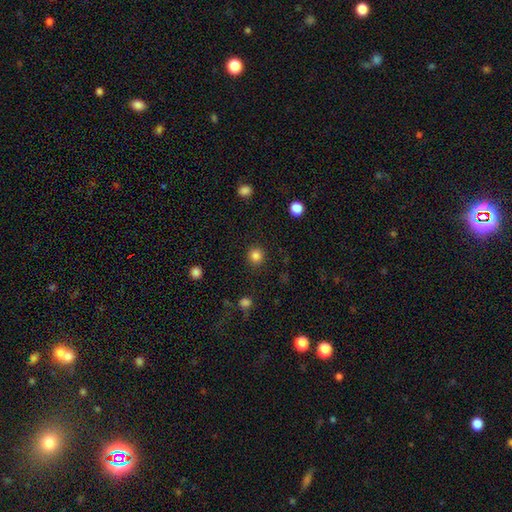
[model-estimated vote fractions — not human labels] A smooth galaxy with no disk features (84%) that is round (93%).

Vote fractions:
- Smooth or featured? smooth: 84% / star or artifact: 12% / featured or disk: 4%
- How rounded? round: 93% / in between: 7% / cigar-shaped: 1%
- Merging? none: 90% / minor disturbance: 6% / major disturbance: 2% / merger: 1%